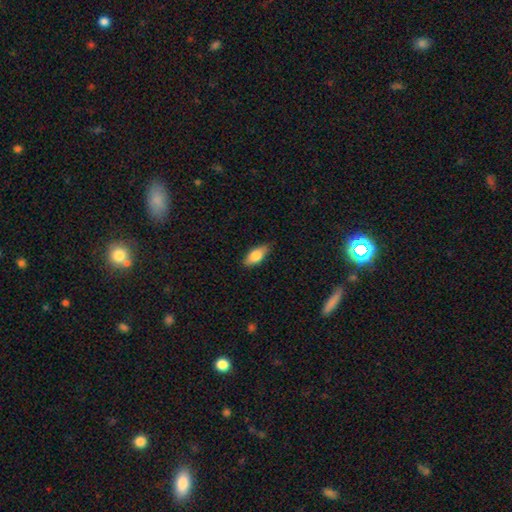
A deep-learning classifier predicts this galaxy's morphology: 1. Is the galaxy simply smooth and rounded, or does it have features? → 80% smooth, 14% featured or disk, 6% star or artifact.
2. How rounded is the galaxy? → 86% in between, 11% cigar-shaped, 3% round.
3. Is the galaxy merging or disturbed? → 82% none, 14% minor disturbance, 2% major disturbance, 1% merger.